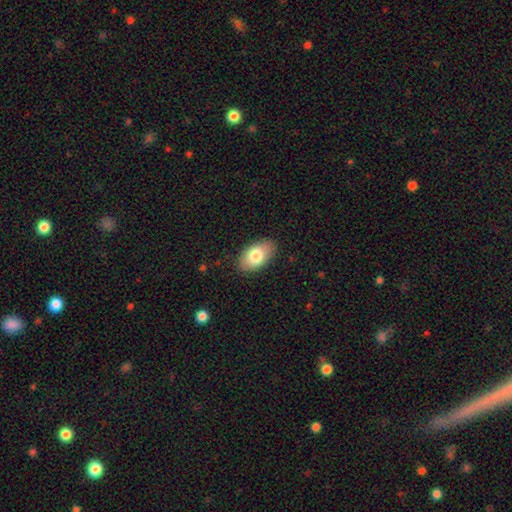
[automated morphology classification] smooth_or_featured: smooth (p=0.79) [alt: featured or disk p=0.14]
how_rounded: in between (p=0.93) [alt: round p=0.05]
merging: none (p=0.86) [alt: minor disturbance p=0.10]